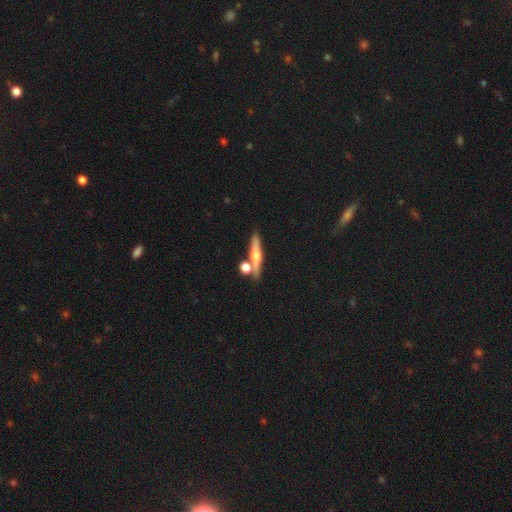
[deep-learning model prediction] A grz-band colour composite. It shows a featured or disk galaxy (53%) viewed edge-on (93%). Merging: none (72%).